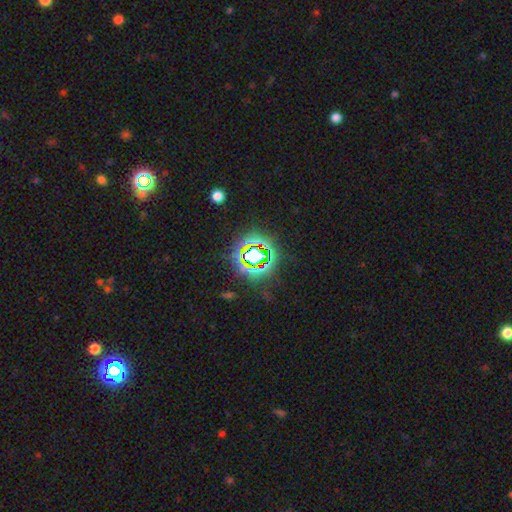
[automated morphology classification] smooth-or-featured: star or artifact: 73% | smooth: 17% | featured or disk: 10%